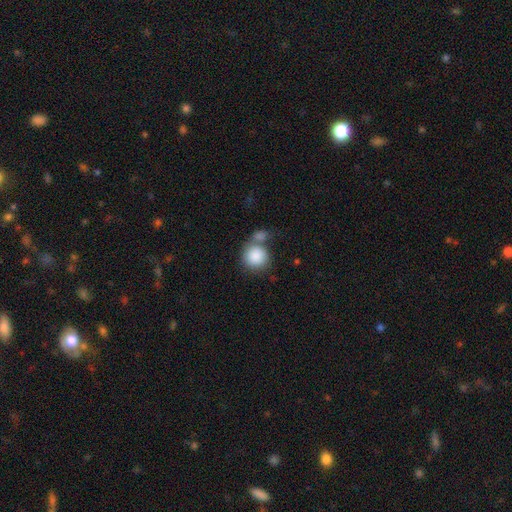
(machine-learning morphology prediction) smooth_or_featured: smooth (p=0.87) [alt: star or artifact p=0.07]
how_rounded: round (p=0.89) [alt: in between p=0.10]
merging: none (p=0.45) [alt: merger p=0.38]